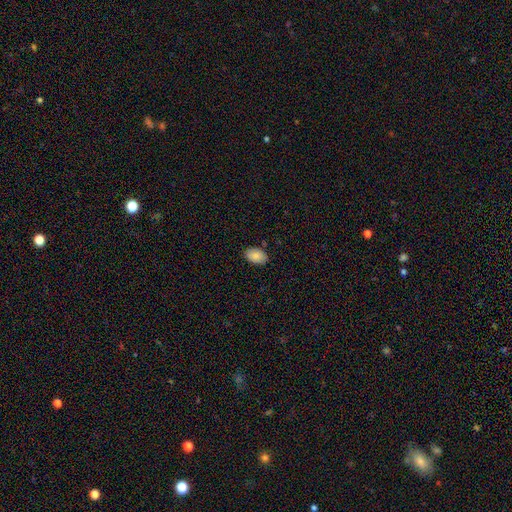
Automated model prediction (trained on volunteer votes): Smooth or featured? smooth (86%)
How rounded? in between (92%)
Merging? none (86%)